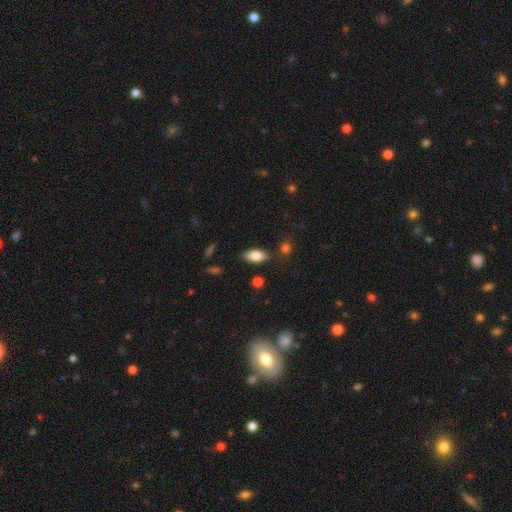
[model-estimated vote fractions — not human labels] Overall: smooth (83%). How rounded: in between (89%). Merging: none (79%).